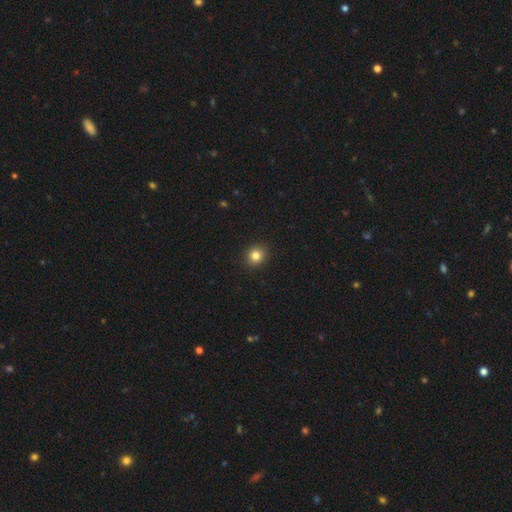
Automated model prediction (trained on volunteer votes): Smooth or featured? Predicted: smooth (p=0.83). How rounded? Predicted: round (p=0.88). Merging? Predicted: none (p=0.92).